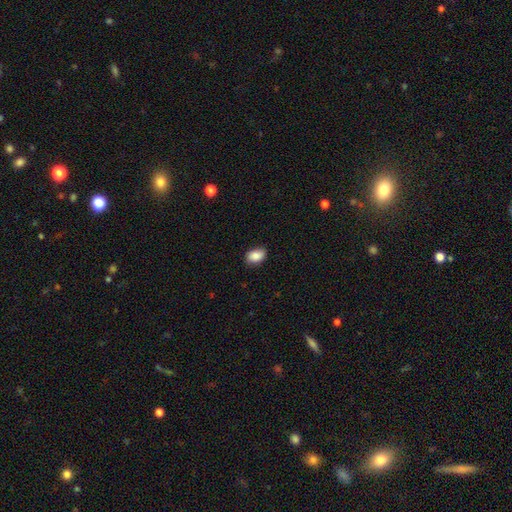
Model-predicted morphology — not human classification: smooth-or-featured: smooth: 87% | star or artifact: 8% | featured or disk: 5%
  how-rounded: in between: 85% | round: 14% | cigar-shaped: 1%
  merging: none: 86% | minor disturbance: 11% | major disturbance: 2% | merger: 1%